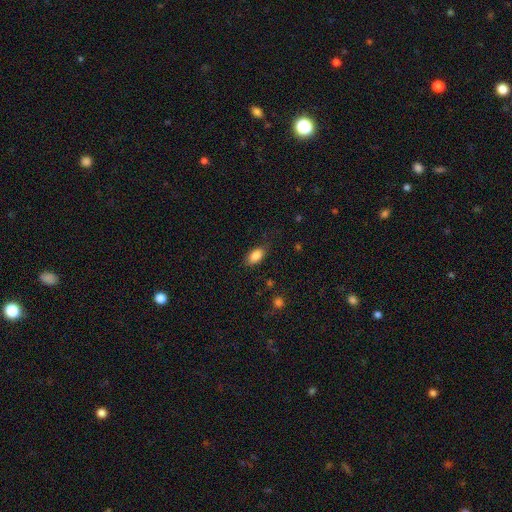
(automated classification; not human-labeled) This is clearly a smooth galaxy (86%). How rounded: clearly in between (90%). Merging: likely none (77%).